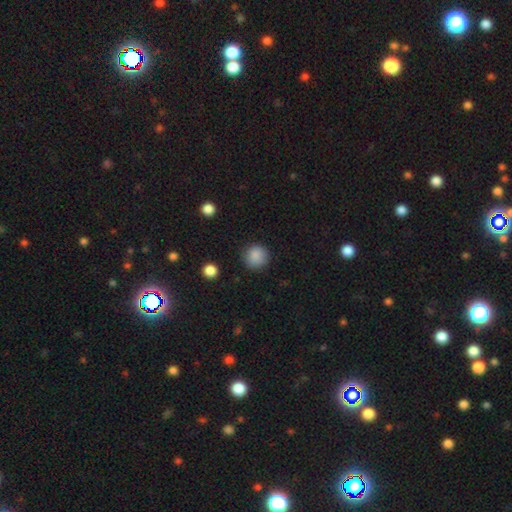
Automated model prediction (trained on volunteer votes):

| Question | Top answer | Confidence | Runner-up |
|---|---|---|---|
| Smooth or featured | smooth | 87% | star or artifact (9%) |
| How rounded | round | 94% | in between (5%) |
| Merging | none | 88% | minor disturbance (8%) |